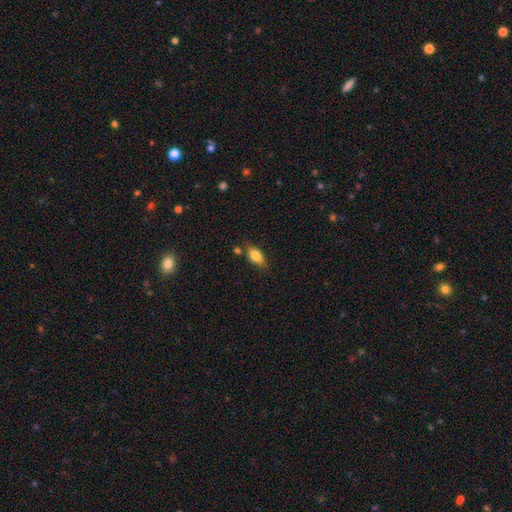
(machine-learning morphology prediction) Smooth or featured? Predicted: smooth (p=0.78). How rounded? Predicted: in between (p=0.84). Merging? Predicted: none (p=0.72).